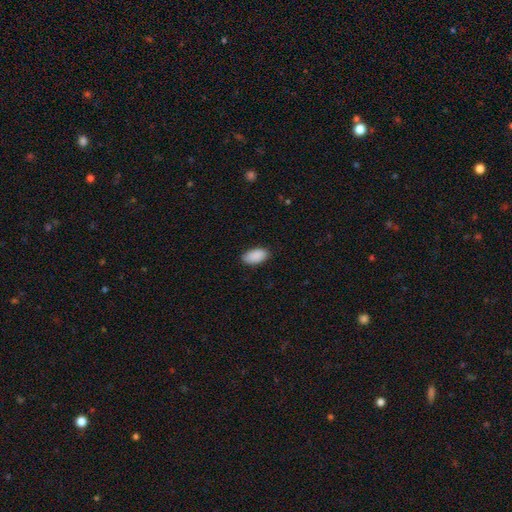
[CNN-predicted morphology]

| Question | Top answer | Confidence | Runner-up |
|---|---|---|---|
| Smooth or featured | smooth | 90% | star or artifact (6%) |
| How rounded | in between | 95% | round (3%) |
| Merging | none | 85% | minor disturbance (12%) |